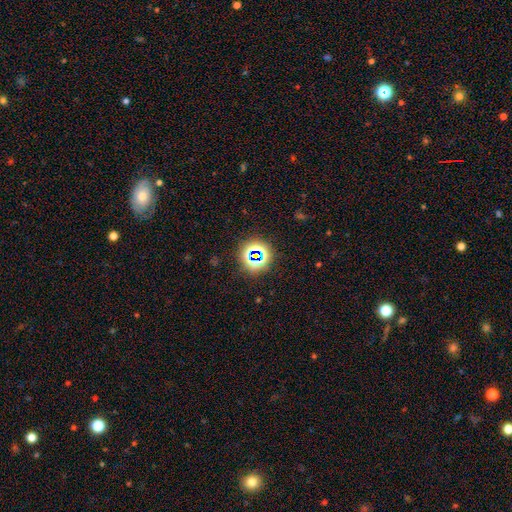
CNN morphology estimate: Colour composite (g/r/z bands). It shows a star or artifact, not a galaxy (69%).